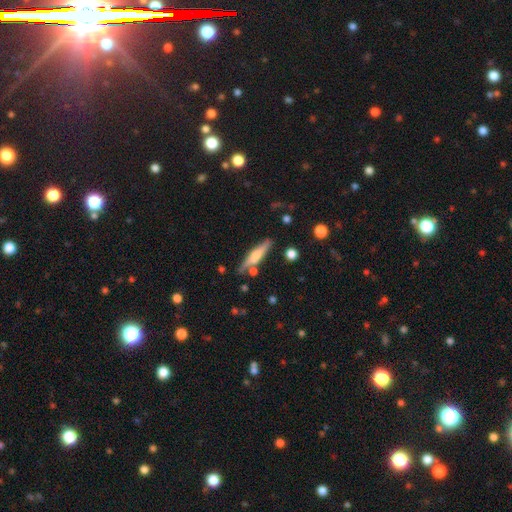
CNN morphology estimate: featured or disk 55%, smooth 38%, star or artifact 7%. Down the decision tree: edge-on disk — yes (94%); edge-on bulge — rounded (82%); merging — none (76%).